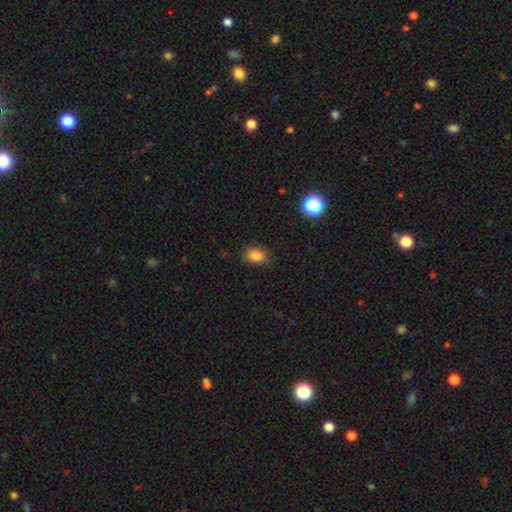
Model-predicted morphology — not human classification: smooth_or_featured: smooth (p=0.84) [alt: star or artifact p=0.12]
how_rounded: in between (p=0.72) [alt: round p=0.27]
merging: none (p=0.81) [alt: minor disturbance p=0.15]